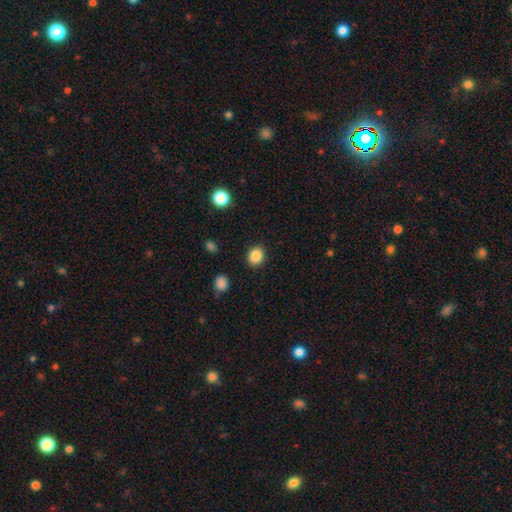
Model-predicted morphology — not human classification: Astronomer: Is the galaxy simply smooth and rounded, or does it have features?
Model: smooth — 86%.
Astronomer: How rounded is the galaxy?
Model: round — 68%.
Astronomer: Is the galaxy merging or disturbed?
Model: none — 89%.